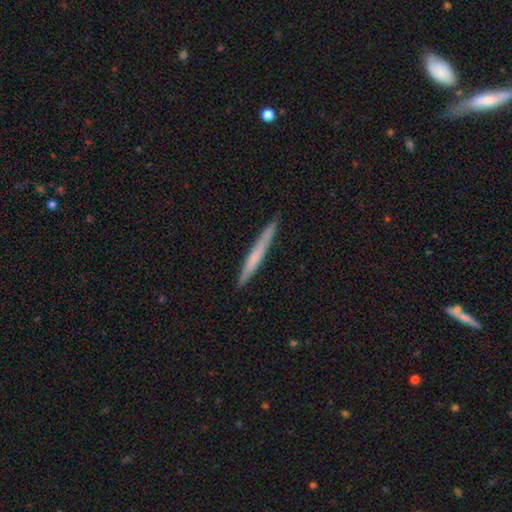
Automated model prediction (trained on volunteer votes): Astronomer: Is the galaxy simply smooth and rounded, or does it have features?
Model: smooth — 57% (runner-up: featured or disk, 37%).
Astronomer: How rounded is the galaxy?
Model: cigar-shaped — 97%.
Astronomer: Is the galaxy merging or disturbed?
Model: none — 91%.